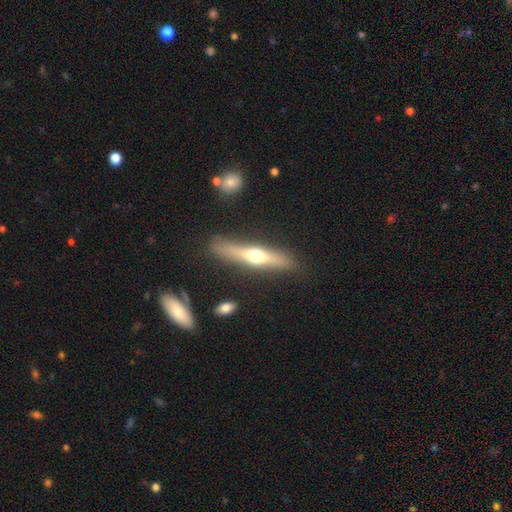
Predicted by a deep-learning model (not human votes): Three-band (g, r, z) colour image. It shows a featured or disk galaxy (57%) viewed edge-on (92%) with a rounded central bulge (93%). Merging: none (86%).